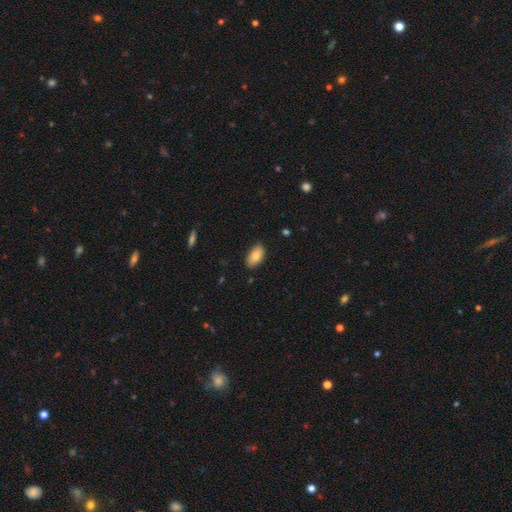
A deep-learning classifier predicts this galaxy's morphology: Smooth or featured? Predicted: smooth (p=0.83). How rounded? Predicted: in between (p=0.94). Merging? Predicted: none (p=0.85).